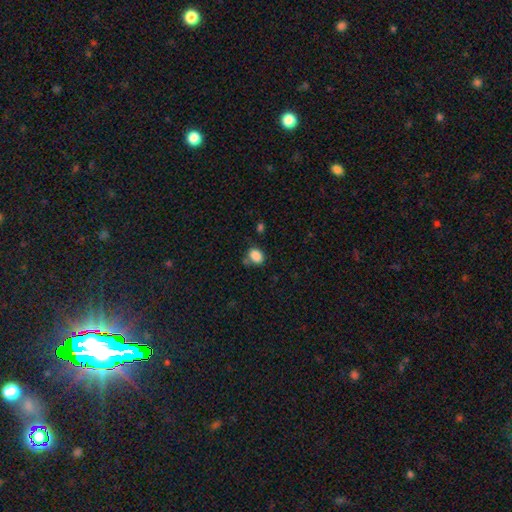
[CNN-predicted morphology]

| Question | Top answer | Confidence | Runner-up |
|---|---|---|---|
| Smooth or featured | smooth | 86% | star or artifact (10%) |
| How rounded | in between | 64% | round (35%) |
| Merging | none | 63% | minor disturbance (19%) |